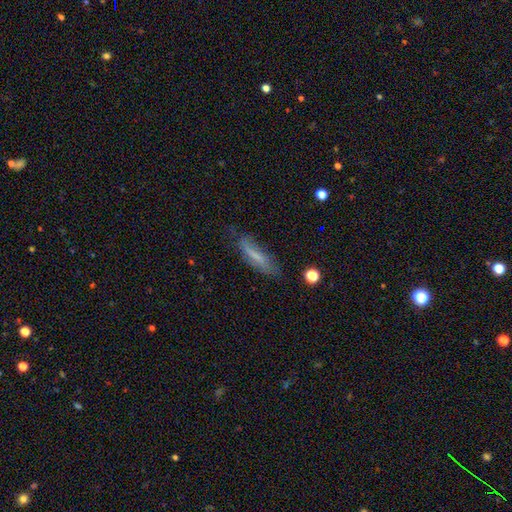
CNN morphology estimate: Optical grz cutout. It shows a smooth galaxy with no disk features (57%) that is cigar-shaped (69%). Merging: none (62%).